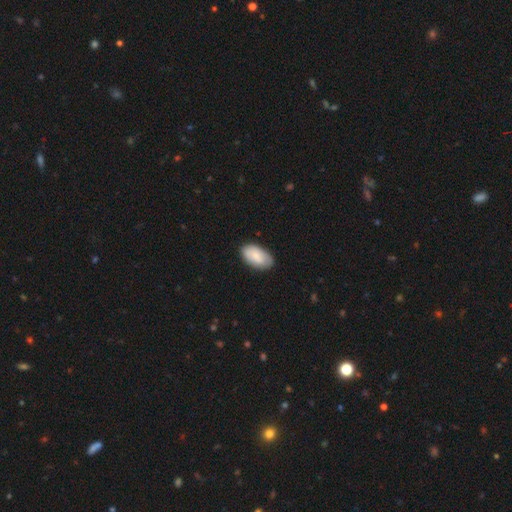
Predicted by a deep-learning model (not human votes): A smooth galaxy with no disk features (78%) that is in between round and cigar-shaped (95%). Merging: none (82%).